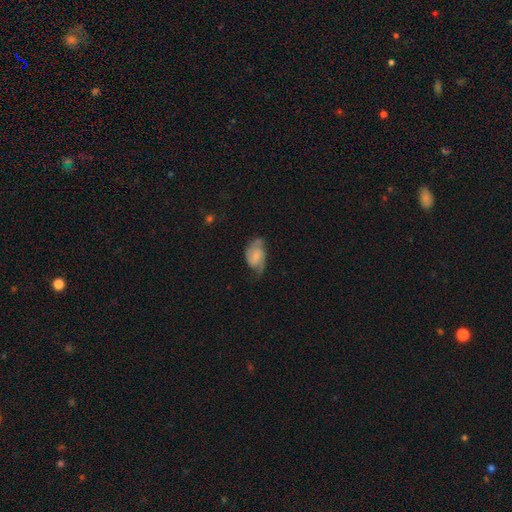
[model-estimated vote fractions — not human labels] A featured or disk galaxy (66%) with no bar (52%), 2 (82%) medium (47%) spiral arms (92%) and a small central bulge (44%). Merging: none (56%).